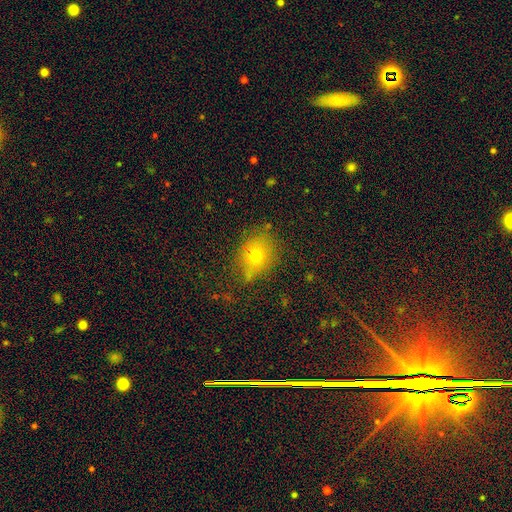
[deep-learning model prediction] Smooth or featured? smooth (67%)
How rounded? round (53%)
Merging? none (66%)